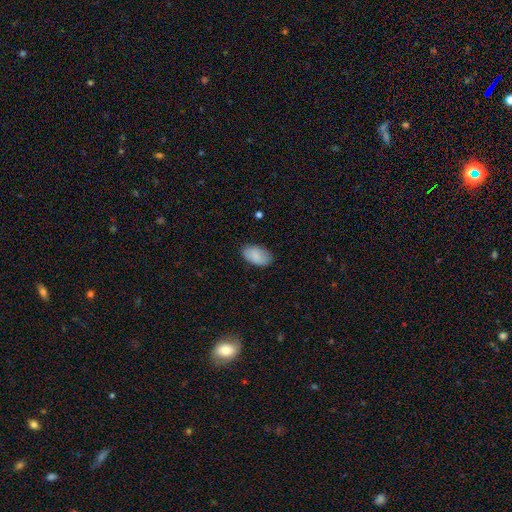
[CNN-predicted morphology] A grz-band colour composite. It shows a smooth galaxy with no disk features (87%) that is in between round and cigar-shaped (94%). Merging: none (82%).